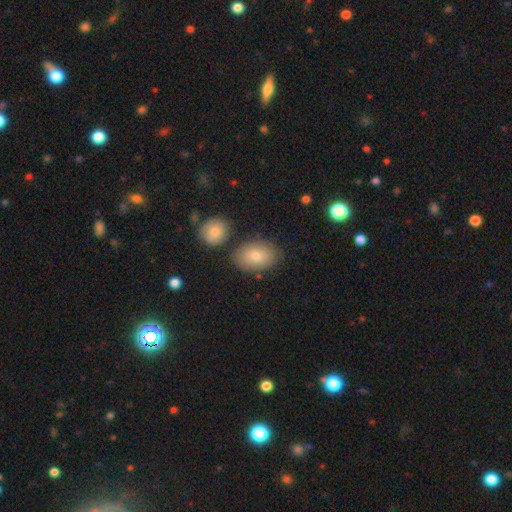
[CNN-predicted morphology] A smooth galaxy with no disk features (82%) that is in between round and cigar-shaped (88%).

Vote fractions:
- Smooth or featured? smooth: 82% / featured or disk: 11% / star or artifact: 7%
- How rounded? in between: 88% / round: 11% / cigar-shaped: 1%
- Merging? none: 75% / minor disturbance: 13% / merger: 9% / major disturbance: 3%